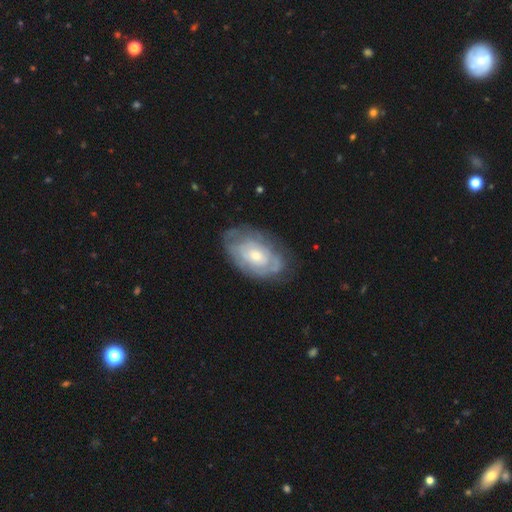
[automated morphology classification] This appears to be a featured or disk galaxy (69%) with no bar (80%), spiral arms (70%) and a moderate central bulge (47%). Merging: none (72%).